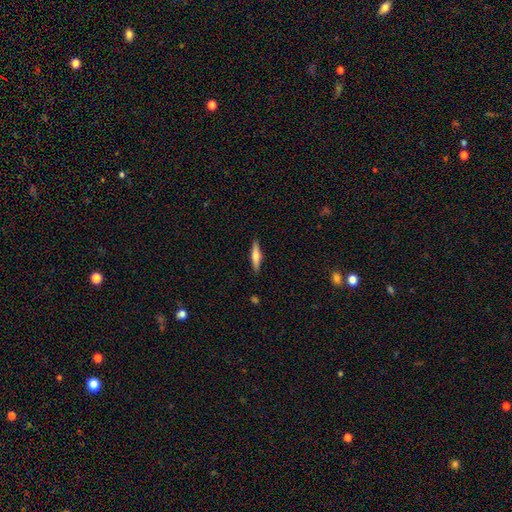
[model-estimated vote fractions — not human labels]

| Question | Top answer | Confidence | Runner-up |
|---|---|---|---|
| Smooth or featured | smooth | 60% | featured or disk (34%) |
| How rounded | cigar-shaped | 83% | in between (16%) |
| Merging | none | 90% | minor disturbance (7%) |